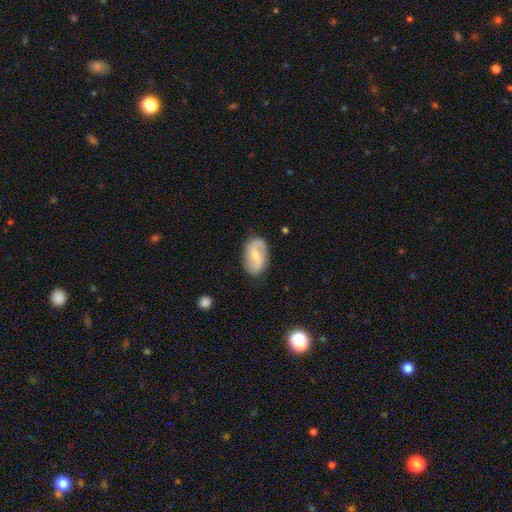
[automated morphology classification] smooth-or-featured: featured or disk: 66% | smooth: 28% | star or artifact: 6%
  disk-edge-on: no: 96% | yes: 4%
    bar: weak: 53% | strong: 28% | no: 19%
    has-spiral-arms: yes: 88% | no: 12%
      spiral-winding: loose: 43% | medium: 40% | tight: 17%
      spiral-arm-count: 2: 87% | can't tell: 7% | 1: 3% | 3: 1% | 4: 1% | more than 4: 1%
    bulge-size: small: 51% | moderate: 38% | none: 7% | large: 2% | dominant: 1%
  merging: none: 81% | minor disturbance: 14% | major disturbance: 4% | merger: 1%